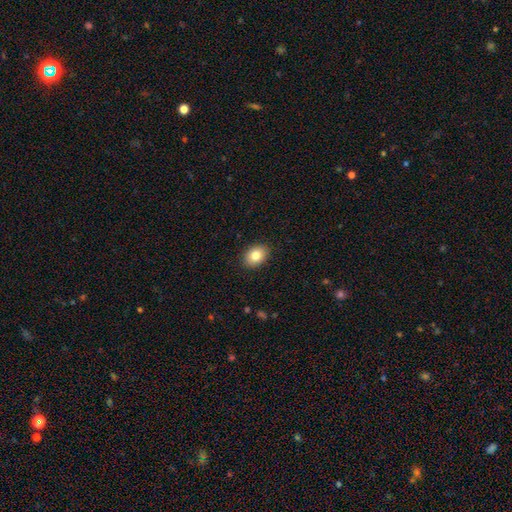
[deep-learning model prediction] A smooth galaxy with no disk features (82%) that is in between round and cigar-shaped (70%).

Vote fractions:
- Smooth or featured? smooth: 82% / featured or disk: 10% / star or artifact: 8%
- How rounded? in between: 70% / round: 29% / cigar-shaped: 1%
- Merging? none: 89% / minor disturbance: 8% / major disturbance: 2% / merger: 1%